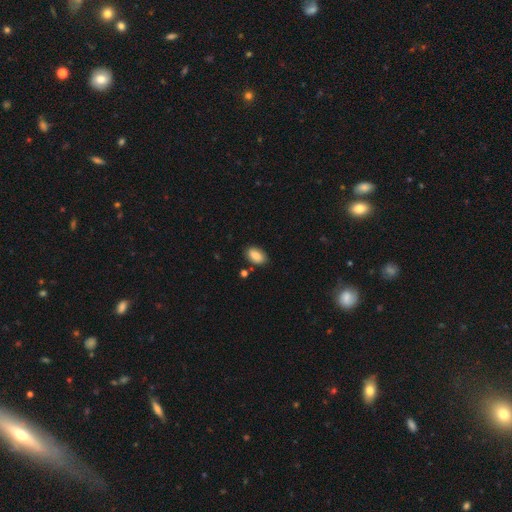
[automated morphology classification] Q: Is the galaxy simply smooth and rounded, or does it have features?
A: smooth — 85%.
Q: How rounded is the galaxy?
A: in between — 91%.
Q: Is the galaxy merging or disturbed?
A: none — 84%.